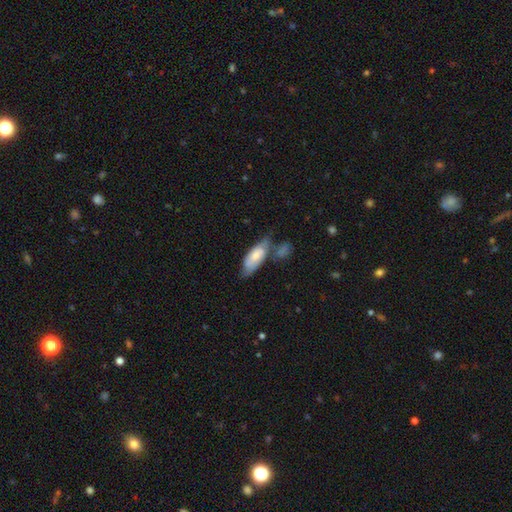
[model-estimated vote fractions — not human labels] Smooth or featured?
  - smooth: 65% *
  - featured or disk: 29%
  - star or artifact: 6%
How rounded?
  - in between: 77% *
  - cigar-shaped: 21%
  - round: 2%
Merging?
  - none: 34% *
  - merger: 30%
  - minor disturbance: 24%
  - major disturbance: 12%